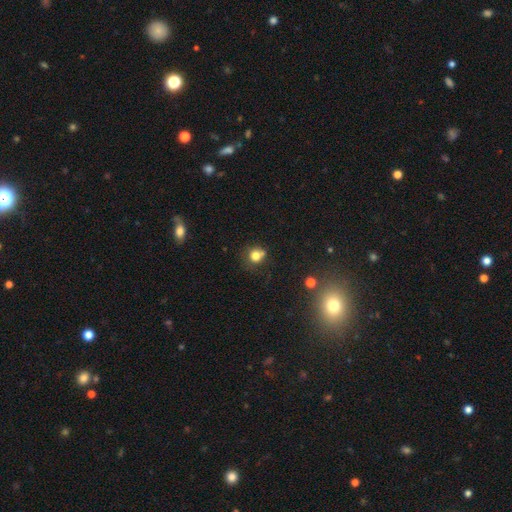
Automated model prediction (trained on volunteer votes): The model was most divided on "merging": none: 59%, merger: 18%, minor disturbance: 17%, major disturbance: 6%. More confident: how rounded — round (82%); smooth or featured — smooth (77%).